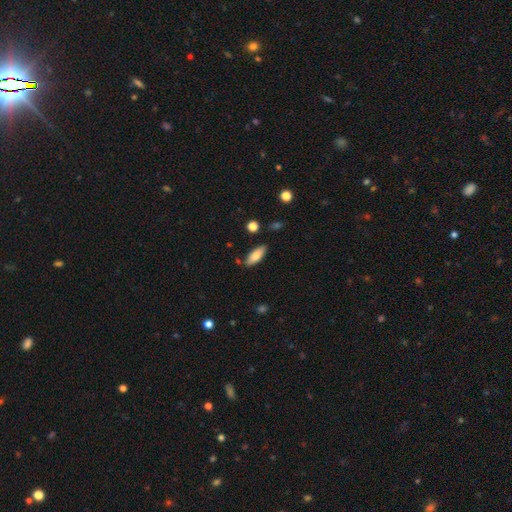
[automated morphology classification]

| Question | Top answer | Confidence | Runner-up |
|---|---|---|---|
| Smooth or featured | smooth | 79% | featured or disk (14%) |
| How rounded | in between | 71% | cigar-shaped (27%) |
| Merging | none | 79% | minor disturbance (15%) |